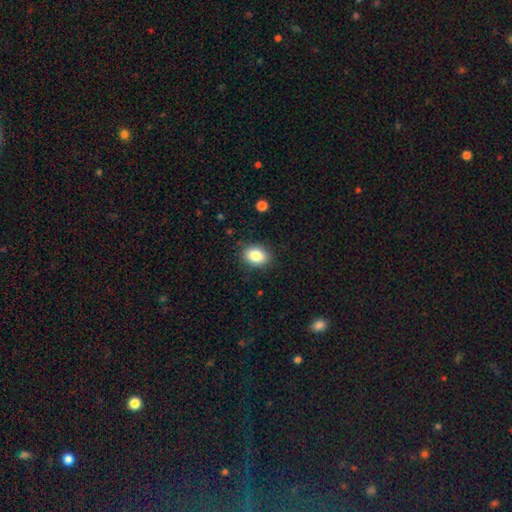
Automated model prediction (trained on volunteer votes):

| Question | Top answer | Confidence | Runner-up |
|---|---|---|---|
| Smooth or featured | smooth | 85% | star or artifact (9%) |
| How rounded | in between | 65% | round (34%) |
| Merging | none | 86% | minor disturbance (10%) |